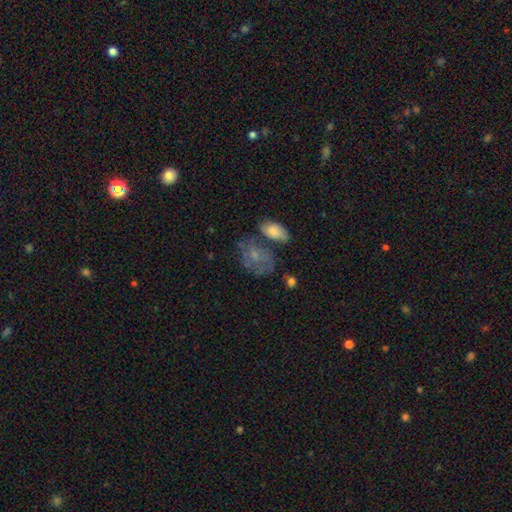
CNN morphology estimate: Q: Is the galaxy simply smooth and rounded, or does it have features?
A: smooth — 53%.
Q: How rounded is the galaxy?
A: in between — 69%.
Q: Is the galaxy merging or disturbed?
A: none — 39%.